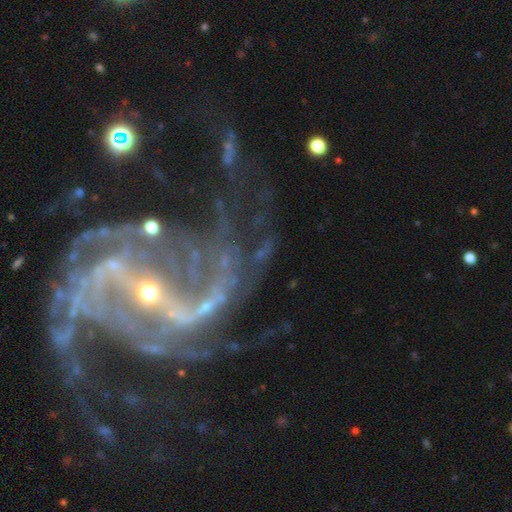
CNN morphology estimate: Overall: featured or disk (91%). Edge-on disk: no (98%). Bar: strong (58%; weak 26%). Spiral arms: yes (97%). Spiral arm count: 2 (44%; 3 14%). Spiral winding: medium (47%; loose 31%). Bulge size: small (79%). Merging: none (48%; major disturbance 28%).